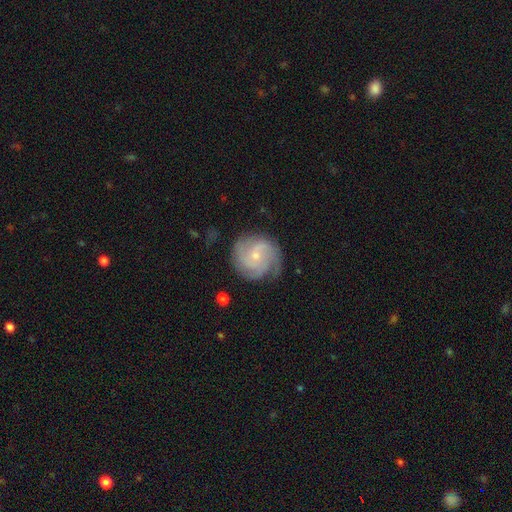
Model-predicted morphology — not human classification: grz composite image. It shows a featured or disk galaxy (83%) with no bar (69%), 3 (43%) tight (49%) spiral arms (97%) and a small central bulge (71%). Merging: none (76%).